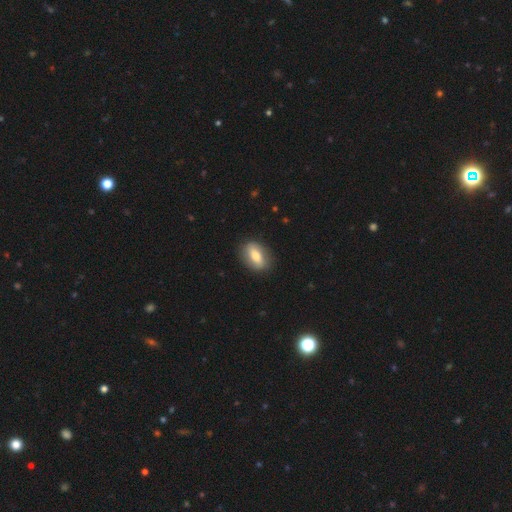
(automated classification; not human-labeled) Q: Smooth or featured?
A: smooth (67%); runner-up: featured or disk (26%)
Q: How rounded?
A: in between (82%); runner-up: round (12%)
Q: Merging?
A: none (85%); runner-up: minor disturbance (11%)